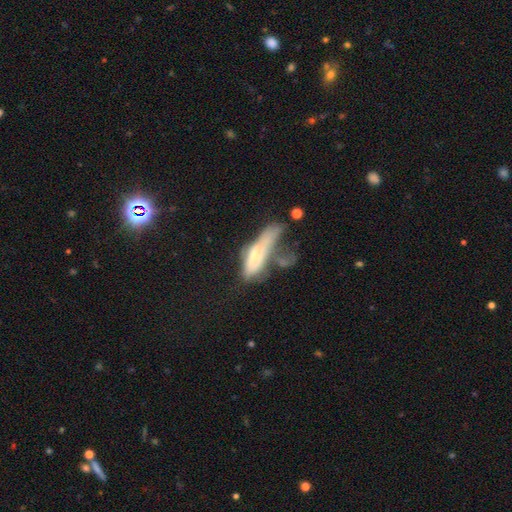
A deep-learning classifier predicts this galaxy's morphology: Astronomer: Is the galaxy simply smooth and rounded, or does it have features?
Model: smooth — 48% (runner-up: featured or disk, 43%).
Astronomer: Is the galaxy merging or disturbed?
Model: major disturbance — 44% (runner-up: merger, 23%).